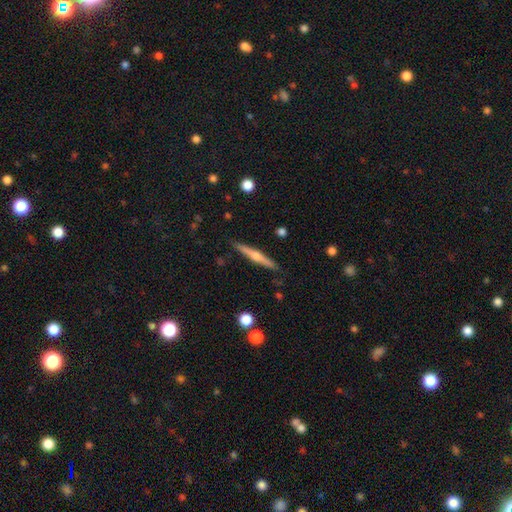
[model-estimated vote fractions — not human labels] featured or disk 64%, smooth 30%, star or artifact 6%. Down the decision tree: edge-on disk — yes (98%); edge-on bulge — rounded (86%); merging — none (90%).